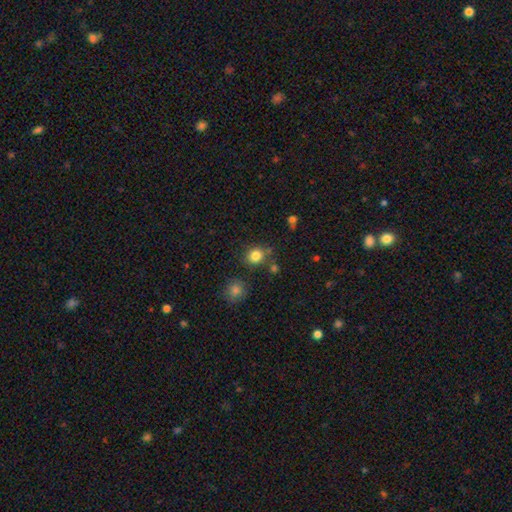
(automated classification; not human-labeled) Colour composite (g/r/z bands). It shows a smooth galaxy with no disk features (82%) that is round (81%). Merging: none (76%).